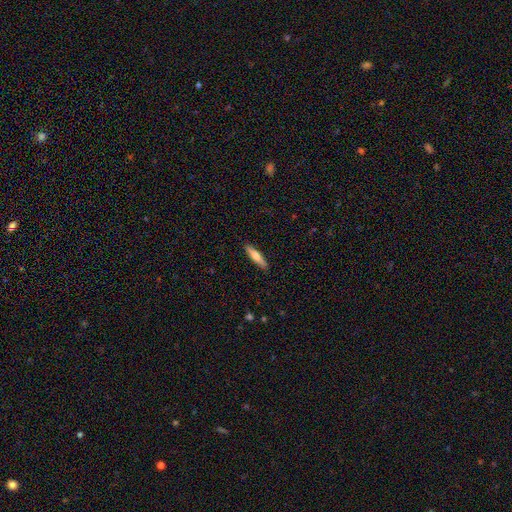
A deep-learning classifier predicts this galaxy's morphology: smooth-or-featured: smooth: 61% | featured or disk: 33% | star or artifact: 6%
  how-rounded: cigar-shaped: 82% | in between: 16% | round: 2%
  merging: none: 90% | minor disturbance: 8% | major disturbance: 2% | merger: 1%